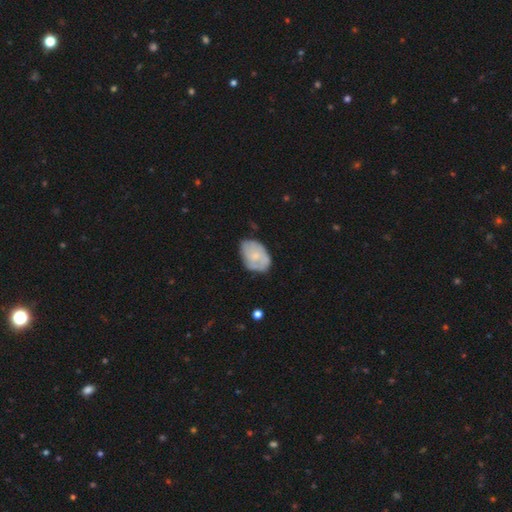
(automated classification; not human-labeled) smooth_or_featured: smooth (p=0.59) [alt: featured or disk p=0.35]
how_rounded: in between (p=0.85) [alt: round p=0.14]
merging: none (p=0.60) [alt: minor disturbance p=0.30]